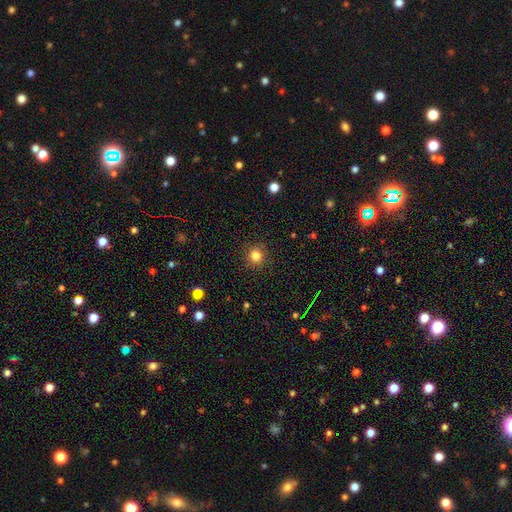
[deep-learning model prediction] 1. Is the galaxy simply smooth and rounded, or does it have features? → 82% smooth, 13% star or artifact, 5% featured or disk.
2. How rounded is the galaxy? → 93% round, 6% in between, 1% cigar-shaped.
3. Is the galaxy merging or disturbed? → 91% none, 6% minor disturbance, 2% major disturbance, 1% merger.